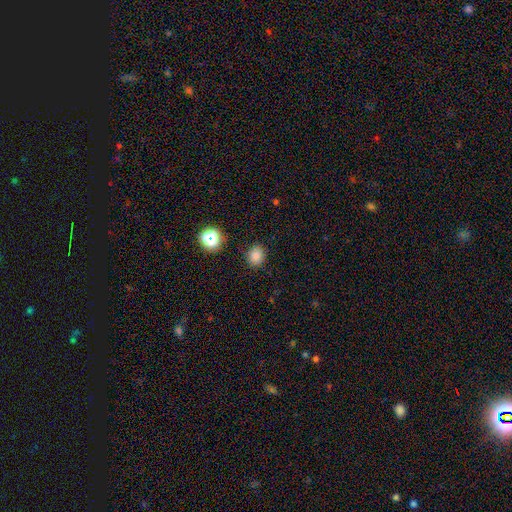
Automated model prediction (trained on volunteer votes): The model was most divided on "how rounded": round: 75%, in between: 25%, cigar-shaped: 1%. More confident: merging — none (86%); smooth or featured — smooth (79%).